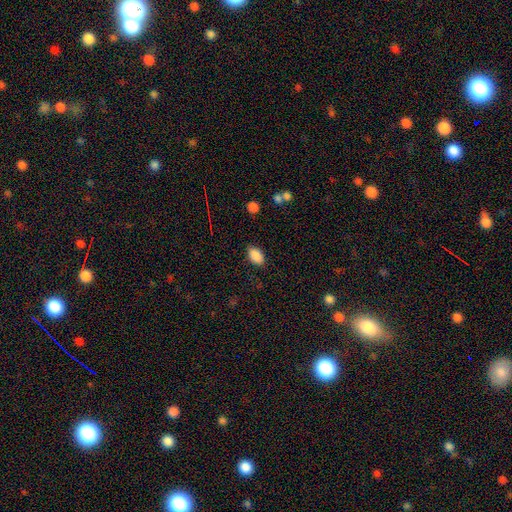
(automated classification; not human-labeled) A smooth galaxy with no disk features (88%) that is in between round and cigar-shaped (91%). Merging: none (85%).